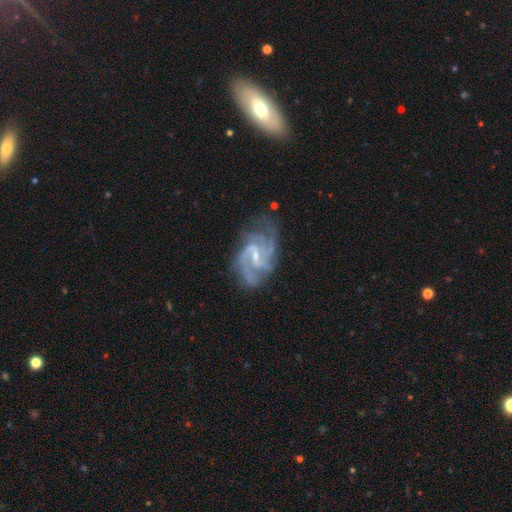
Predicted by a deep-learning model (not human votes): Morphology: type=featured or disk (90%); edge-on=no (98%); bar=weak (56%); spiral arms=yes (98%); winding=medium (54%); arm count=2 (47%); bulge=small (67%); merging=none (69%).